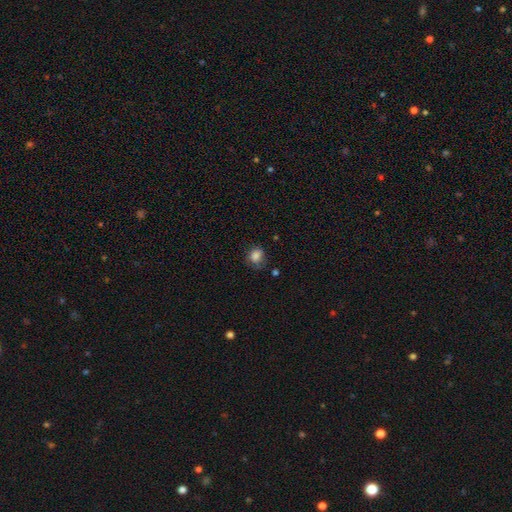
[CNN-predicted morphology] type=smooth (83%); roundness=round (58%); merging=none (62%).